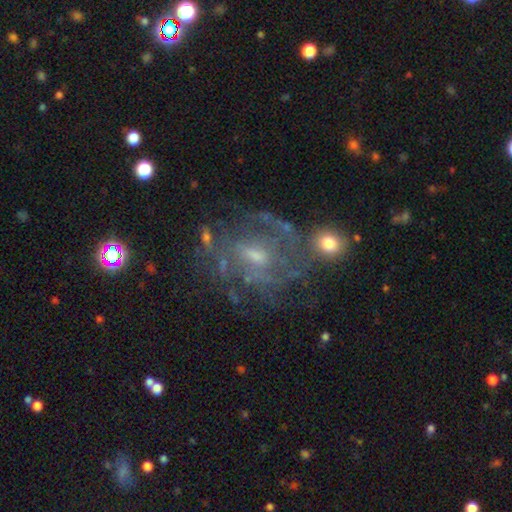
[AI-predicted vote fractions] This appears to be a featured or disk galaxy (76%) with a weak bar (51%), tight (45%) spiral arms (77%) and a small central bulge (44%). Merging: none (53%).